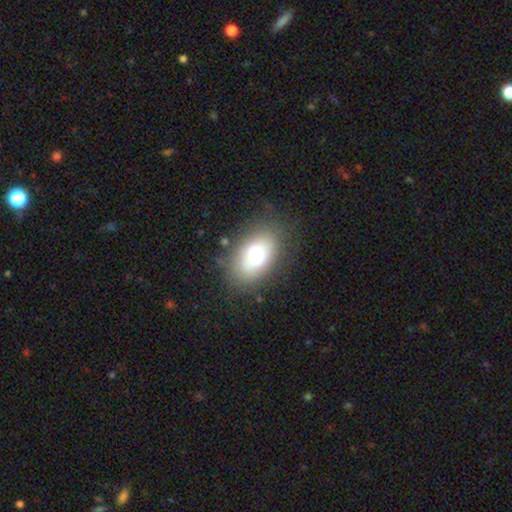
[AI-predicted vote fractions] A smooth galaxy with no disk features (69%) that is in between round and cigar-shaped (85%). Merging: none (76%).